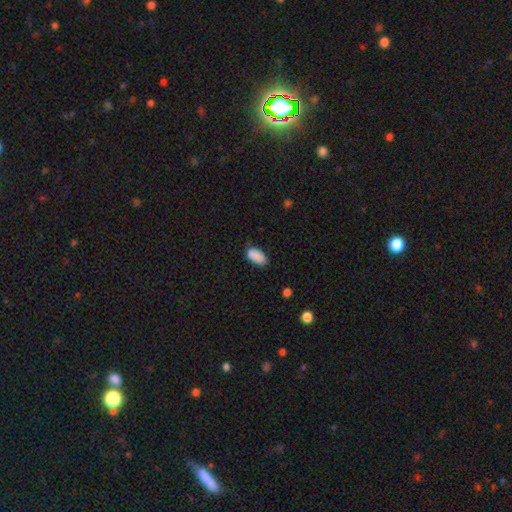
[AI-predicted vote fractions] smooth-or-featured: smooth: 89% | star or artifact: 8% | featured or disk: 4%
  how-rounded: in between: 94% | round: 3% | cigar-shaped: 2%
  merging: none: 77% | minor disturbance: 19% | major disturbance: 3% | merger: 2%